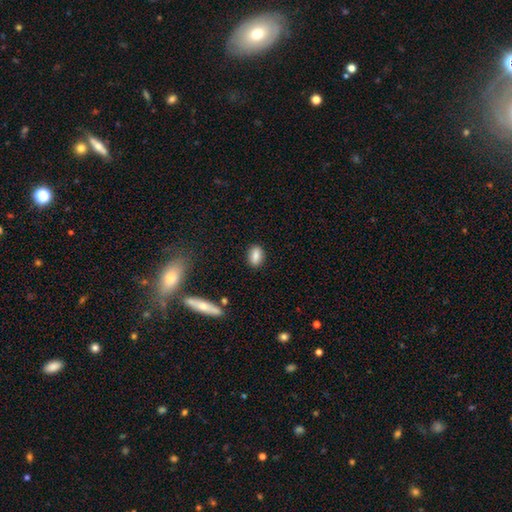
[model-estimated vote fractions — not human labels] Overall: smooth (83%). How rounded: in between (83%). Merging: none (86%).